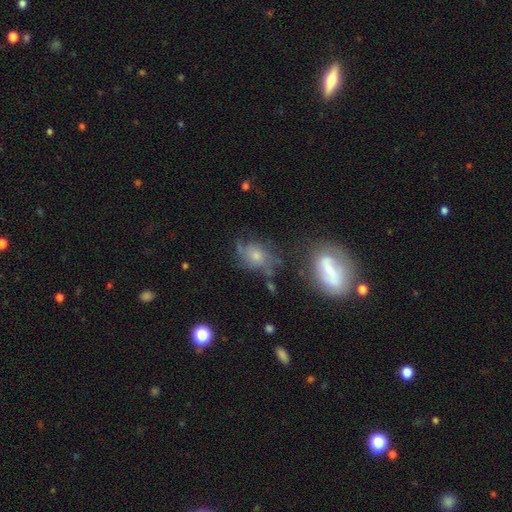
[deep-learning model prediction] This is marginally a featured or disk galaxy (43%, tied with smooth). Merging: possibly none (50%).